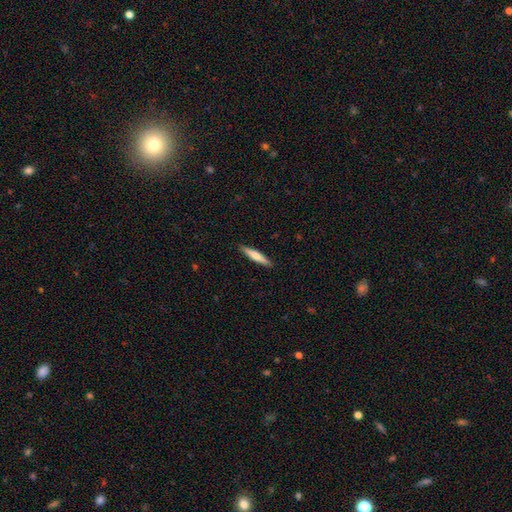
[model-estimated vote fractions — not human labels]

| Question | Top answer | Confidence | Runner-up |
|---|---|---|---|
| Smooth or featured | smooth | 60% | featured or disk (35%) |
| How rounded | cigar-shaped | 90% | in between (9%) |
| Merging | none | 91% | minor disturbance (7%) |